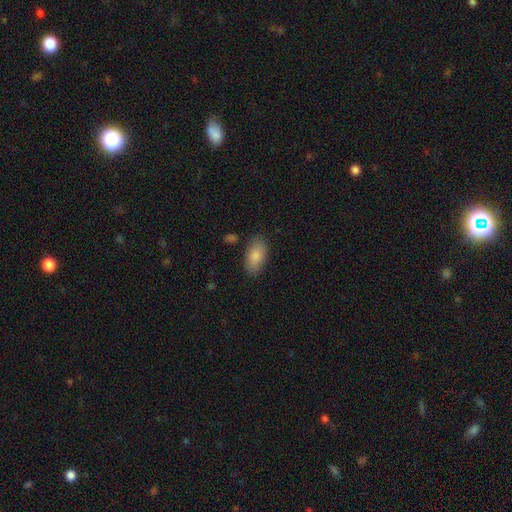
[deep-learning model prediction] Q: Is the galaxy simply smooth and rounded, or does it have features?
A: smooth — 85%.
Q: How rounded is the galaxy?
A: in between — 93%.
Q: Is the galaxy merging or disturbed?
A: none — 83%.